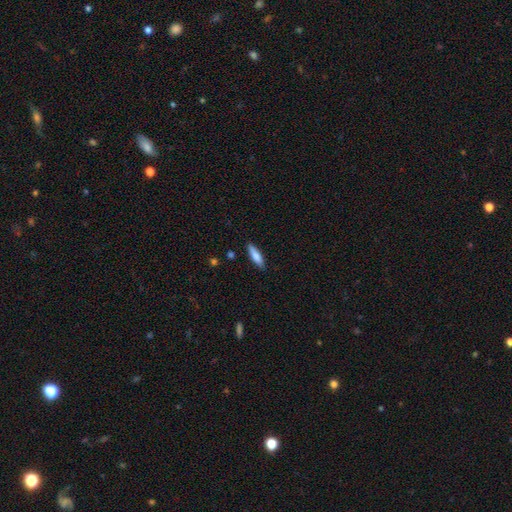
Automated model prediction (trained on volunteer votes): The model was most divided on "how rounded": cigar-shaped: 64%, in between: 34%, round: 2%. More confident: merging — none (87%); smooth or featured — smooth (81%).